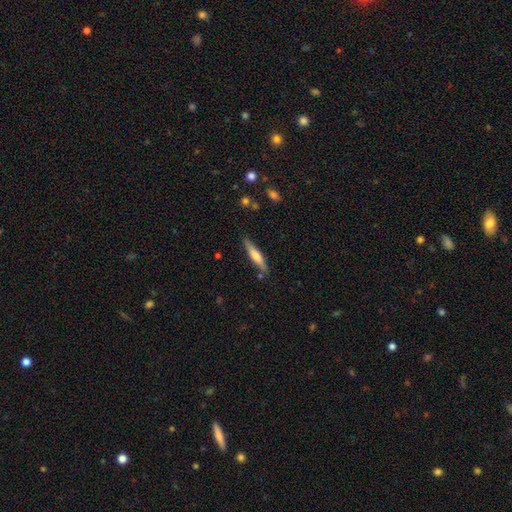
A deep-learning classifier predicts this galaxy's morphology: Smooth or featured: smooth — 55% (featured or disk — 39%)
How rounded: cigar-shaped — 87% (in between — 12%)
Merging: none — 83% (minor disturbance — 11%)